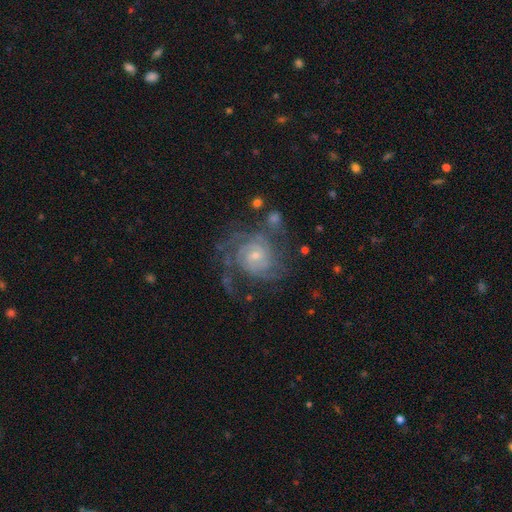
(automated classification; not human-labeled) Q: Smooth or featured?
A: featured or disk (86%); runner-up: smooth (7%)
Q: Edge-on disk?
A: no (98%); runner-up: yes (2%)
Q: Bar?
A: no (63%); runner-up: weak (32%)
Q: Spiral arms?
A: yes (96%); runner-up: no (4%)
Q: Spiral winding?
A: tight (66%); runner-up: medium (27%)
Q: Spiral arm count?
A: can't tell (31%); runner-up: 2 (24%)
Q: Bulge size?
A: small (66%); runner-up: moderate (29%)
Q: Merging?
A: none (55%); runner-up: minor disturbance (20%)